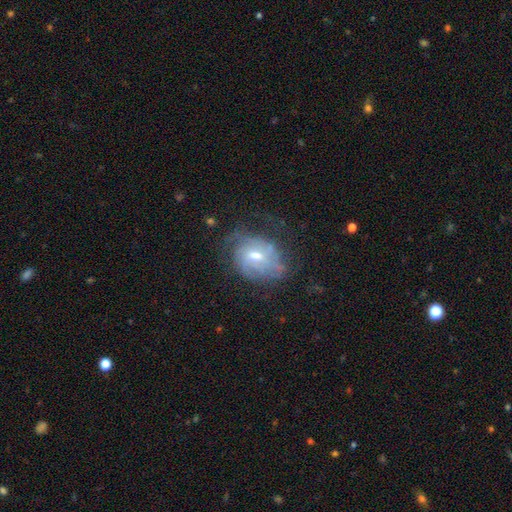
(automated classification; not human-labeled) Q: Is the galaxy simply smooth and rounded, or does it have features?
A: featured or disk — 68%.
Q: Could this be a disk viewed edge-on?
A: no — 96%.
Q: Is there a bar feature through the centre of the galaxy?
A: weak — 48%.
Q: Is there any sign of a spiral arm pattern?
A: yes — 76%.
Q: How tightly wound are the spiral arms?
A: tight — 50%.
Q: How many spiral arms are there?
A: can't tell — 54%.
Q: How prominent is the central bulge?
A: moderate — 61%.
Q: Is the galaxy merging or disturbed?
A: none — 52%.